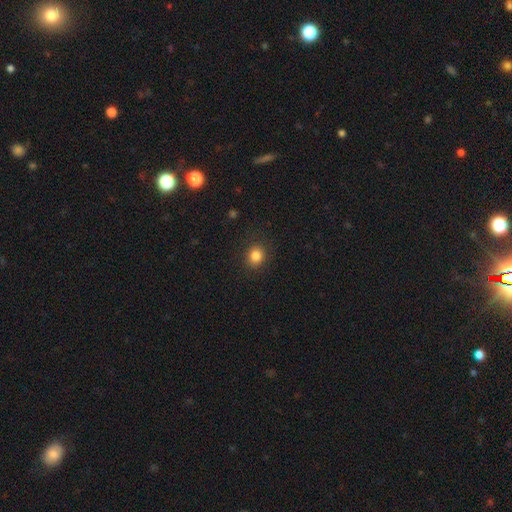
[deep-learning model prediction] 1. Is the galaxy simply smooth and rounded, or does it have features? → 84% smooth, 11% star or artifact, 5% featured or disk.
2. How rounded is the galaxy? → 77% round, 22% in between, 1% cigar-shaped.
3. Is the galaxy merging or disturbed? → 89% none, 7% minor disturbance, 3% major disturbance, 1% merger.